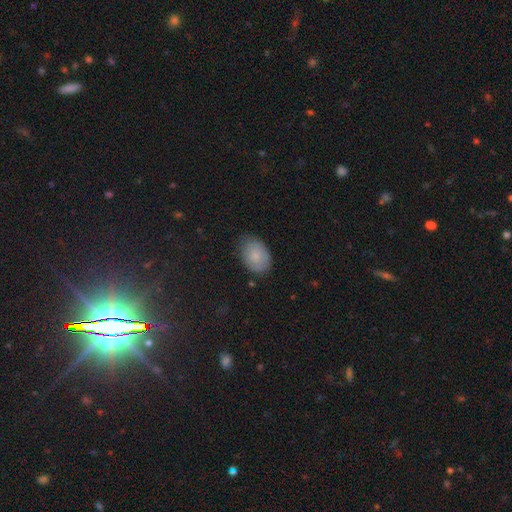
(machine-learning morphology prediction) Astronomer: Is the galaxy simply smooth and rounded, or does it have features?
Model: smooth — 79%.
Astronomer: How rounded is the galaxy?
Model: in between — 83%.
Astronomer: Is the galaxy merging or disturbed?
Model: none — 72%.